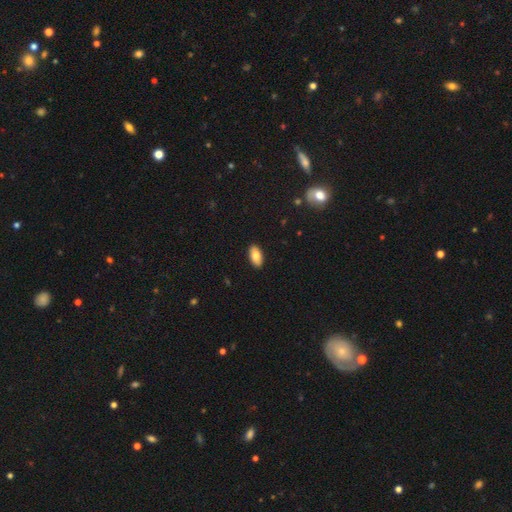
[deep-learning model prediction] Overall: smooth (82%). How rounded: in between (93%). Merging: none (90%).